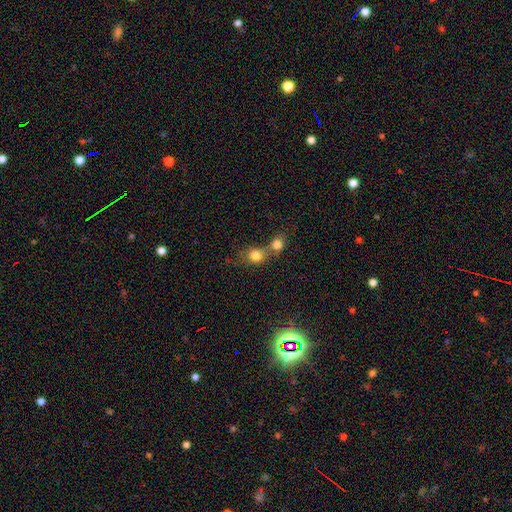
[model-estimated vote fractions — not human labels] smooth 76%, star or artifact 13%, featured or disk 11%. Down the decision tree: how rounded — round (69%); merging — merger (60%).